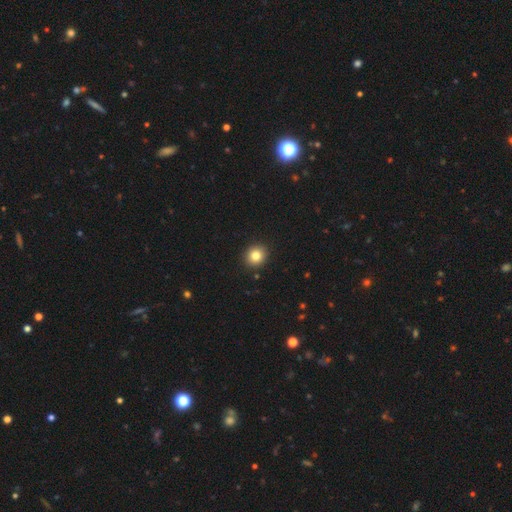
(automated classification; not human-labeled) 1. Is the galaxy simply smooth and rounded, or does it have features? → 82% smooth, 11% star or artifact, 7% featured or disk.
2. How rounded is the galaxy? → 84% round, 15% in between, 1% cigar-shaped.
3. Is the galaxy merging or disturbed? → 92% none, 5% minor disturbance, 2% major disturbance, 1% merger.